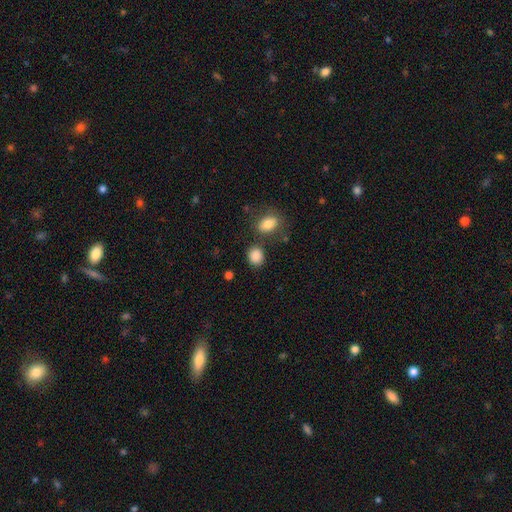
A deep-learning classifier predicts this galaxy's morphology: A smooth galaxy with no disk features (87%) that is round (59%). Merging: none (75%).